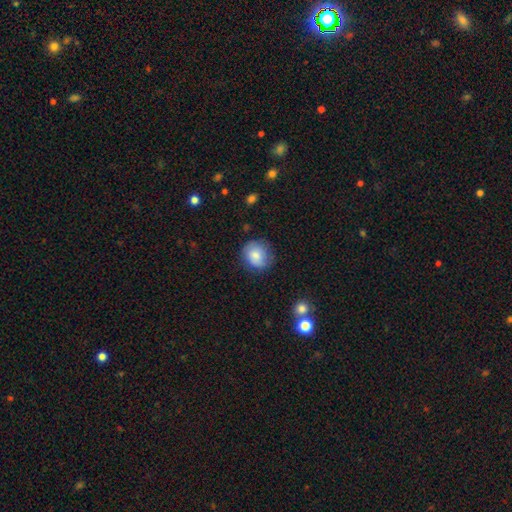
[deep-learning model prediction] A smooth galaxy with no disk features (80%) that is round (76%). Merging: none (71%).